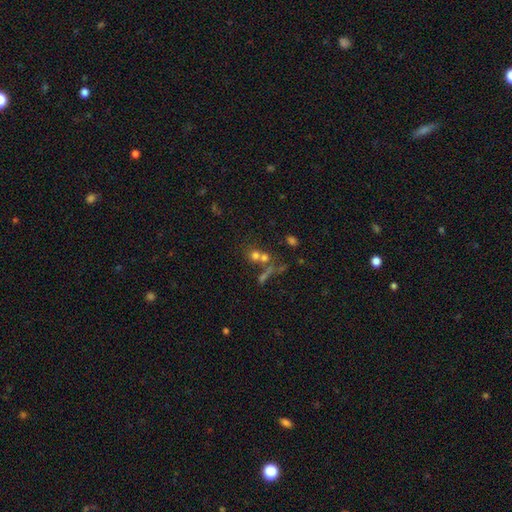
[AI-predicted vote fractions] Q: Smooth or featured?
A: smooth (60%); runner-up: featured or disk (20%)
Q: How rounded?
A: round (79%); runner-up: in between (18%)
Q: Merging?
A: merger (47%); runner-up: none (39%)